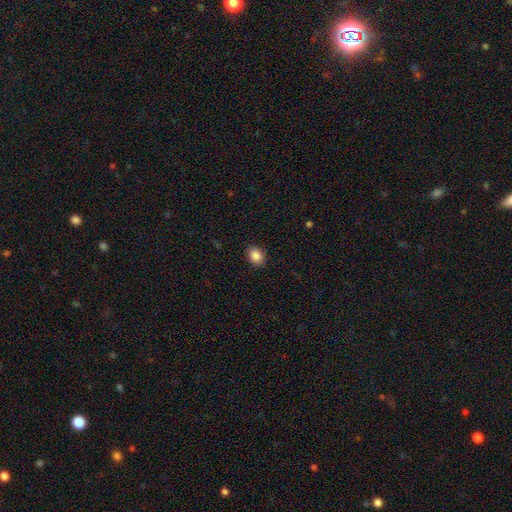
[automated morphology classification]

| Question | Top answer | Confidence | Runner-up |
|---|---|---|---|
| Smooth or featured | smooth | 88% | star or artifact (9%) |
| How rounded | in between | 60% | round (39%) |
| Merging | none | 90% | minor disturbance (7%) |